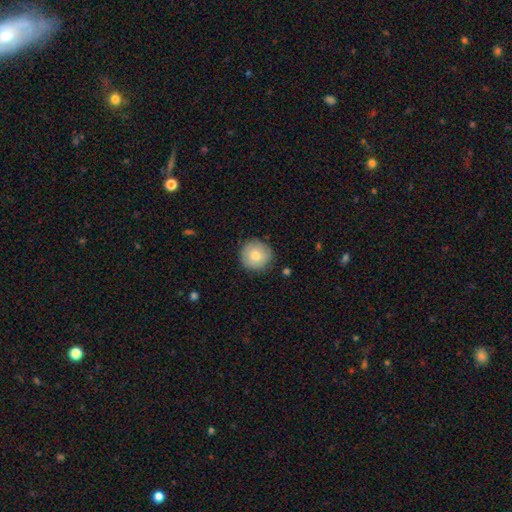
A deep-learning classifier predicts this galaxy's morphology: Smooth or featured? smooth (76%)
How rounded? round (95%)
Merging? none (86%)